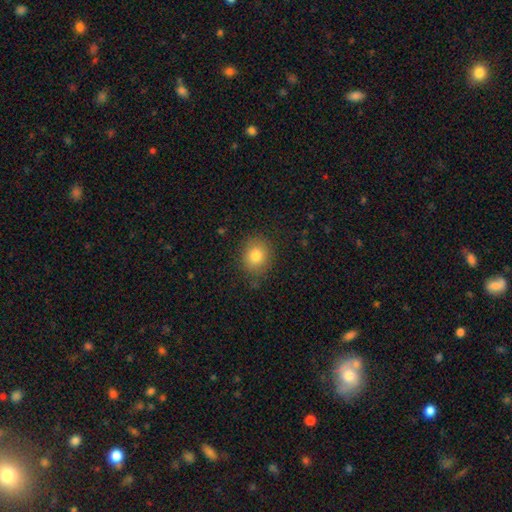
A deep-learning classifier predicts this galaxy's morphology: smooth-or-featured: smooth: 81% | star or artifact: 10% | featured or disk: 9%
  how-rounded: round: 71% | in between: 28% | cigar-shaped: 1%
  merging: none: 83% | minor disturbance: 12% | major disturbance: 3% | merger: 1%